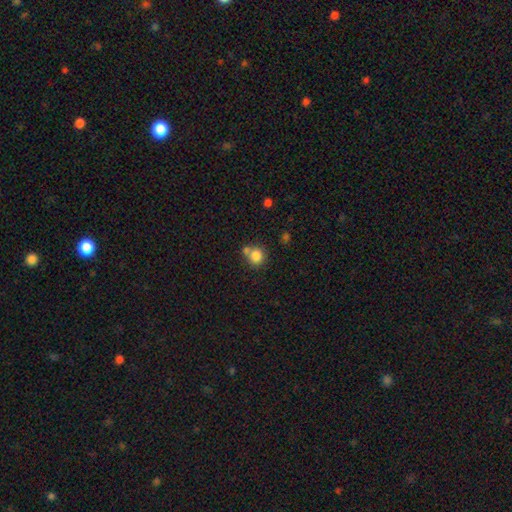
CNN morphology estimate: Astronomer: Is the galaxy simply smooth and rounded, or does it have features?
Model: smooth — 82%.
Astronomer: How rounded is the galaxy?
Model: round — 82%.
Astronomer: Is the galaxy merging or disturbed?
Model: none — 52% (runner-up: merger, 31%).